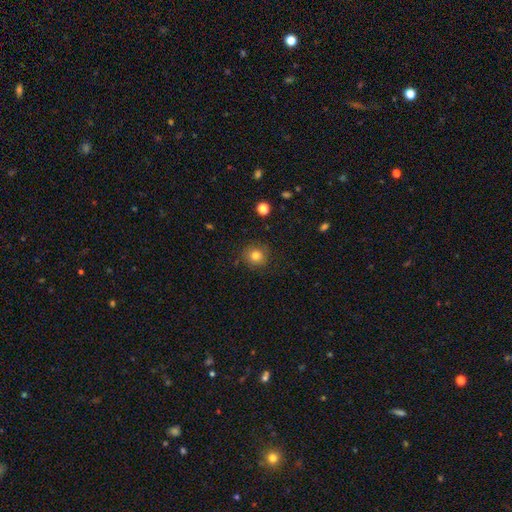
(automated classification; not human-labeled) A smooth galaxy with no disk features (81%) that is round (92%). Merging: none (88%).